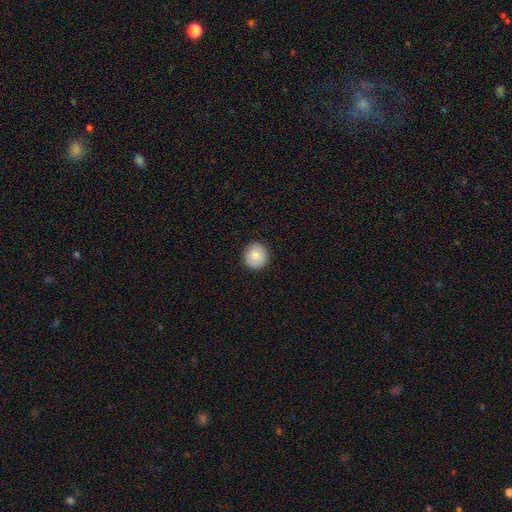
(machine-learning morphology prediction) smooth_or_featured: smooth (p=0.81) [alt: featured or disk p=0.11]
how_rounded: round (p=0.94) [alt: in between p=0.05]
merging: none (p=0.92) [alt: minor disturbance p=0.06]